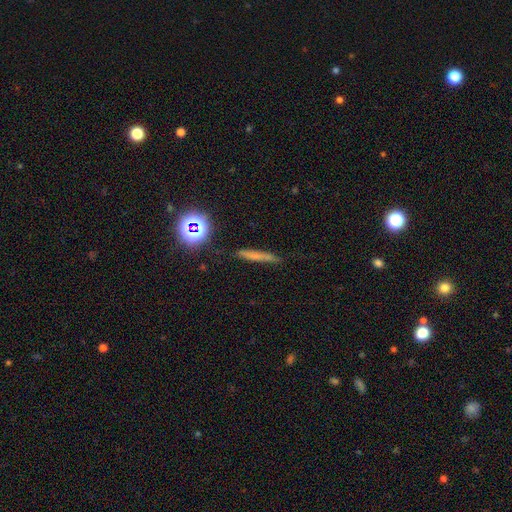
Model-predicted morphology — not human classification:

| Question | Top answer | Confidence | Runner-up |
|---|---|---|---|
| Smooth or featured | smooth | 60% | featured or disk (23%) |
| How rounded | cigar-shaped | 90% | in between (5%) |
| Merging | none | 82% | minor disturbance (13%) |